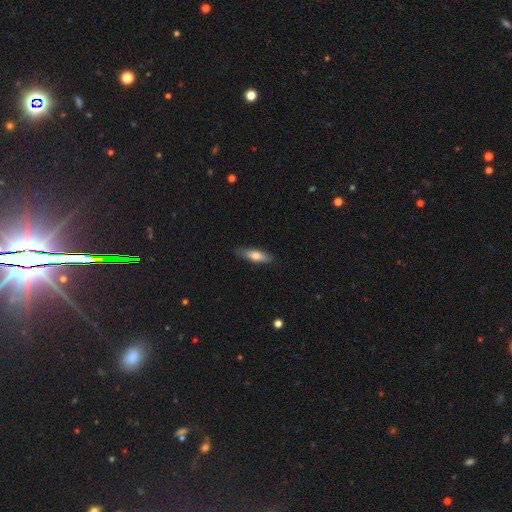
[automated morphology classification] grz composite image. It shows a smooth galaxy with no disk features (69%) that is cigar-shaped (60%). Merging: none (84%).